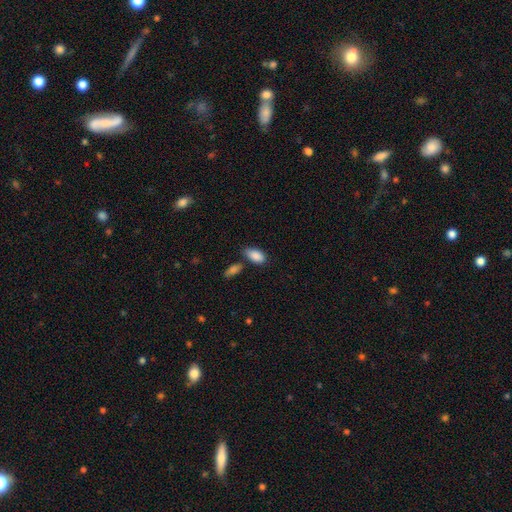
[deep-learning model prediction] This is clearly a smooth galaxy (88%). How rounded: clearly in between (93%). Merging: likely none (64%).